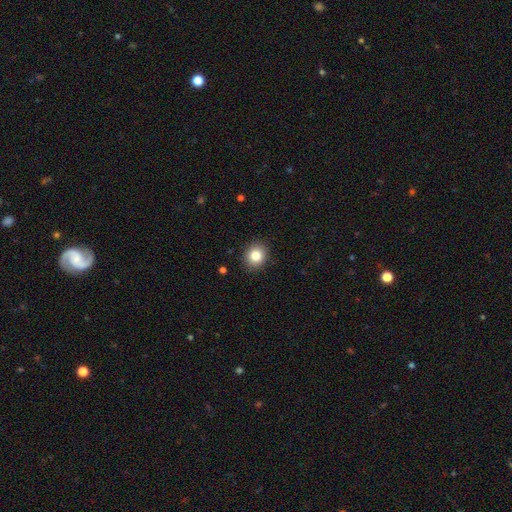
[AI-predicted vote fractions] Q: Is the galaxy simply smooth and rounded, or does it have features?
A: smooth — 83%.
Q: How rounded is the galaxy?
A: round — 75%.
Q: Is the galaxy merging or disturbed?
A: none — 90%.